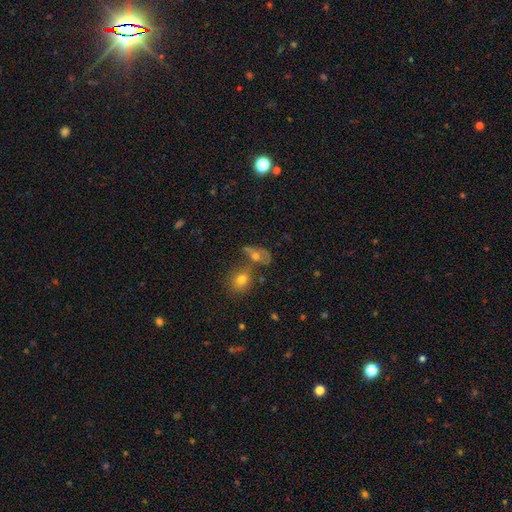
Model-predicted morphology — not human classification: This appears to be a smooth galaxy with no disk features (58%) that is in between round and cigar-shaped (68%). Merging: merger (38%).